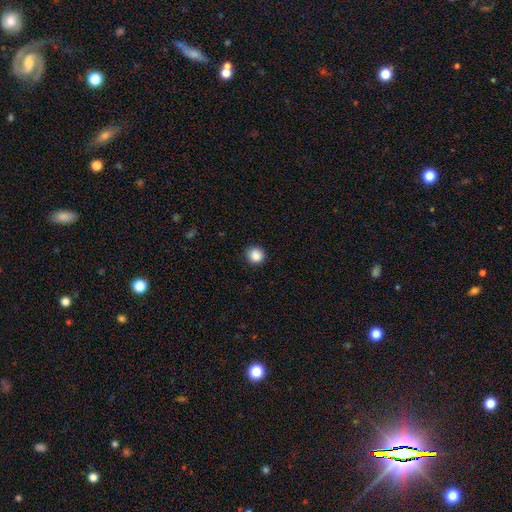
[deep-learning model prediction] Smooth or featured? Predicted: smooth (p=0.88). How rounded? Predicted: round (p=0.90). Merging? Predicted: none (p=0.90).